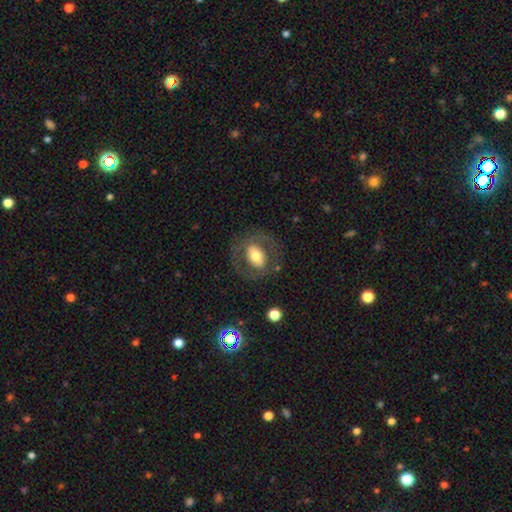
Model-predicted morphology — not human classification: smooth-or-featured: featured or disk: 48% | smooth: 45% | star or artifact: 7%
  merging: none: 74% | minor disturbance: 13% | major disturbance: 11% | merger: 2%